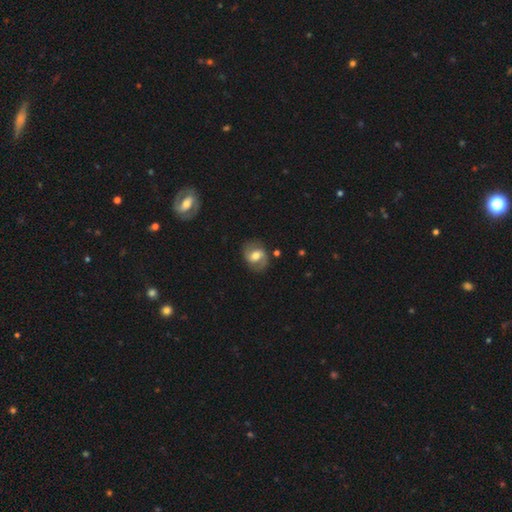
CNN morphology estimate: Smooth or featured? featured or disk (67%)
Edge-on disk? no (97%)
Bar? weak (47%)
Spiral arms? yes (86%)
Spiral winding? medium (49%)
Spiral arm count? 2 (88%)
Bulge size? moderate (67%)
Merging? none (80%)